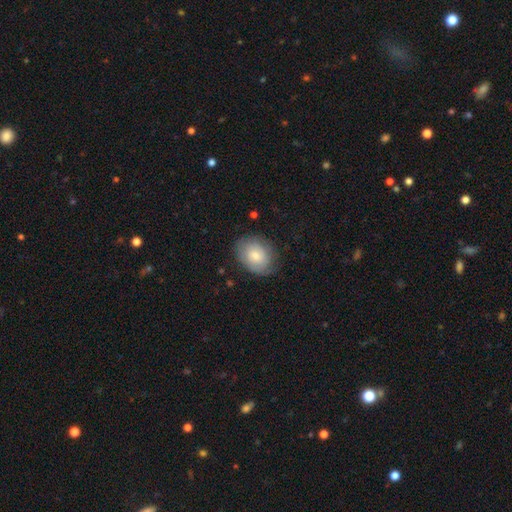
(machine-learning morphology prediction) The model was most divided on "how rounded": in between: 61%, round: 38%, cigar-shaped: 1%. More confident: merging — none (75%); smooth or featured — smooth (68%).